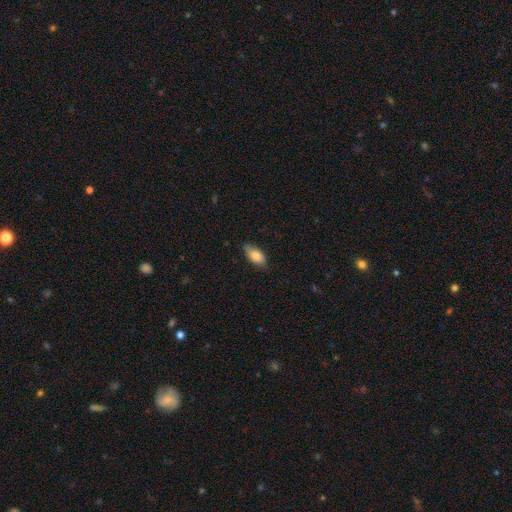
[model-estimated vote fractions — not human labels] Overall: smooth (82%). How rounded: in between (90%). Merging: none (78%).